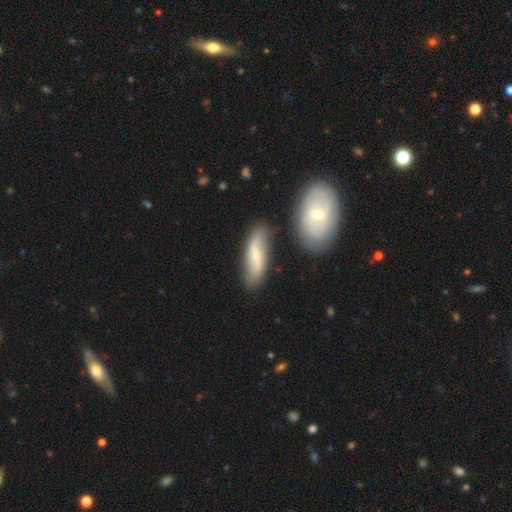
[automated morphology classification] Smooth or featured?
  - smooth: 49% *
  - featured or disk: 45%
  - star or artifact: 6%
Merging?
  - none: 75% *
  - minor disturbance: 15%
  - merger: 7%
  - major disturbance: 4%